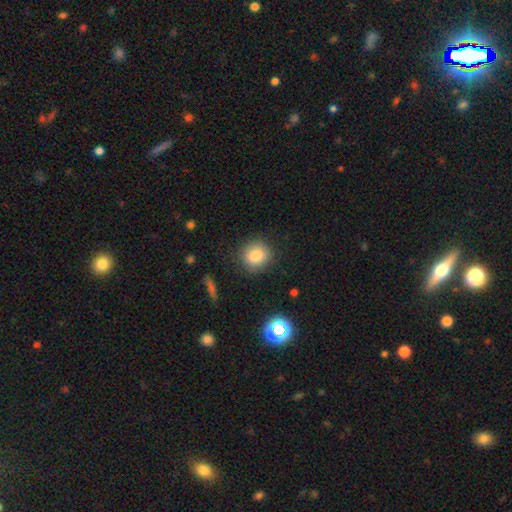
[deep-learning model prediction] This is clearly a smooth galaxy (83%). How rounded: clearly round (81%). Merging: clearly none (86%).